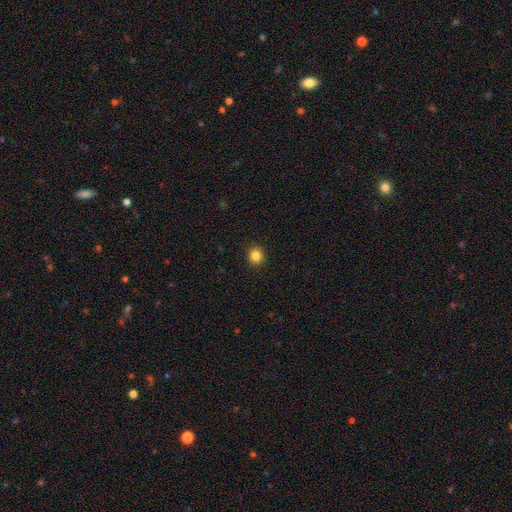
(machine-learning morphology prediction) smooth-or-featured: smooth: 85% | star or artifact: 11% | featured or disk: 4%
  how-rounded: round: 87% | in between: 12% | cigar-shaped: 1%
  merging: none: 92% | minor disturbance: 5% | major disturbance: 2% | merger: 1%